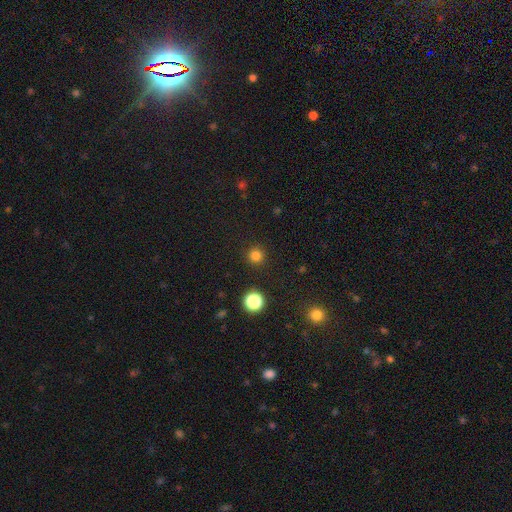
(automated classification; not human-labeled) A smooth galaxy with no disk features (80%) that is round (95%).

Vote fractions:
- Smooth or featured? smooth: 80% / star or artifact: 16% / featured or disk: 4%
- How rounded? round: 95% / in between: 4% / cigar-shaped: 1%
- Merging? none: 91% / minor disturbance: 5% / major disturbance: 2% / merger: 1%